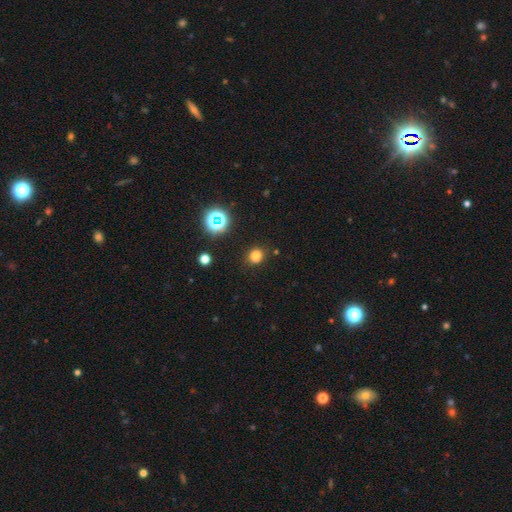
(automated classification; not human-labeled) A smooth galaxy with no disk features (75%) that is round (68%).

Vote fractions:
- Smooth or featured? smooth: 75% / star or artifact: 19% / featured or disk: 6%
- How rounded? round: 68% / in between: 31% / cigar-shaped: 1%
- Merging? none: 83% / minor disturbance: 11% / major disturbance: 3% / merger: 3%